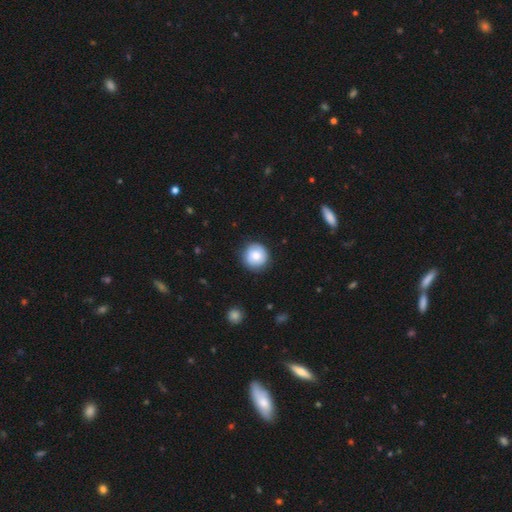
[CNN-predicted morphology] smooth 78%, featured or disk 15%, star or artifact 7%. Down the decision tree: how rounded — round (94%); merging — none (88%).